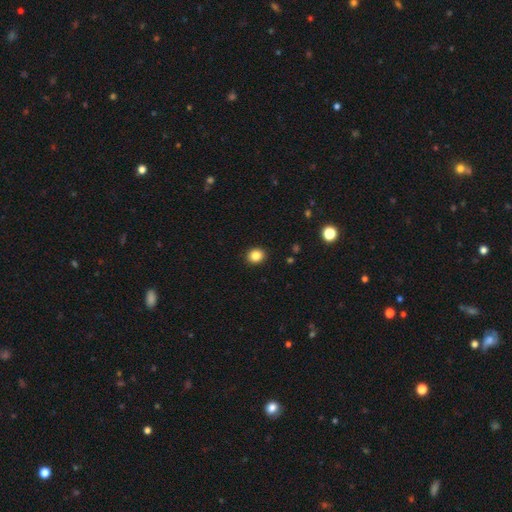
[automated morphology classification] type=smooth (85%); roundness=round (73%); merging=none (92%).